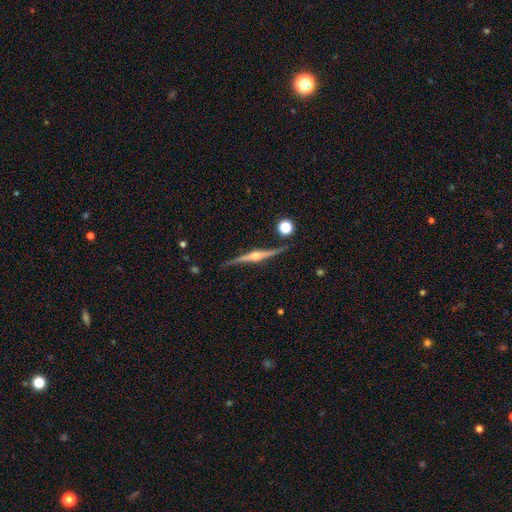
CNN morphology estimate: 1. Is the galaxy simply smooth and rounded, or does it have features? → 86% featured or disk, 8% smooth, 5% star or artifact.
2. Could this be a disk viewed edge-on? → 98% yes, 2% no.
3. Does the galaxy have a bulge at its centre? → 94% rounded, 4% boxy, 3% none.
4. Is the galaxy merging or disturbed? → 84% none, 11% minor disturbance, 3% merger, 2% major disturbance.